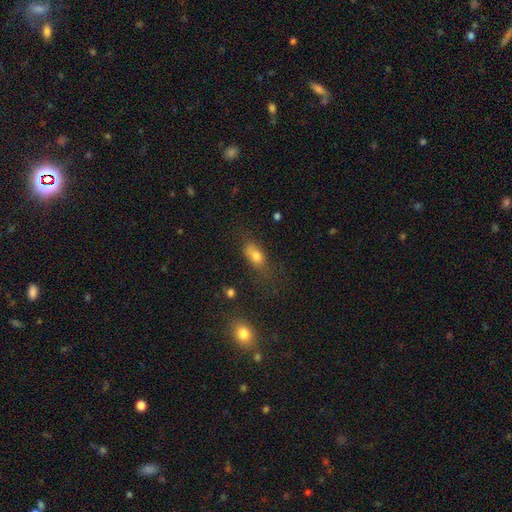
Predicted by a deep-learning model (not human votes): This appears to be a smooth galaxy with no disk features (74%) that is in between round and cigar-shaped (76%). Merging: none (51%).